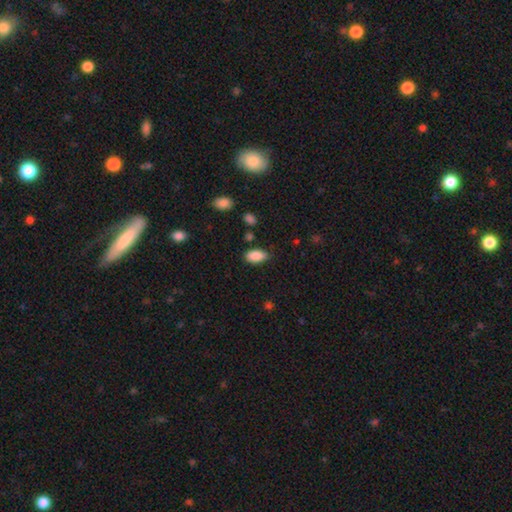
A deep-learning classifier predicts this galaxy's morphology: type=smooth (88%); roundness=in between (93%); merging=none (79%).